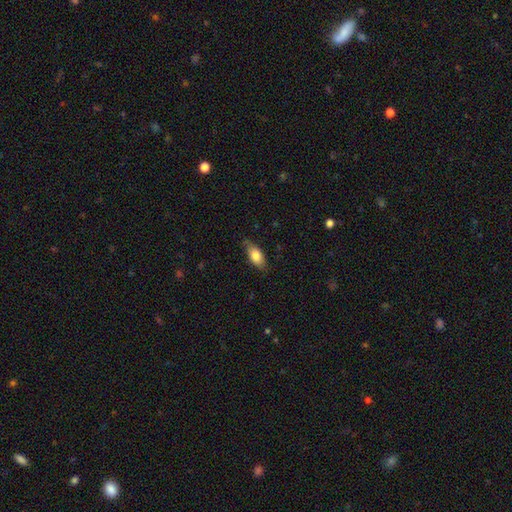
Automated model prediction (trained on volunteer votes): A smooth galaxy with no disk features (80%) that is in between round and cigar-shaped (87%).

Vote fractions:
- Smooth or featured? smooth: 80% / featured or disk: 13% / star or artifact: 7%
- How rounded? in between: 87% / cigar-shaped: 9% / round: 4%
- Merging? none: 71% / minor disturbance: 23% / major disturbance: 4% / merger: 1%